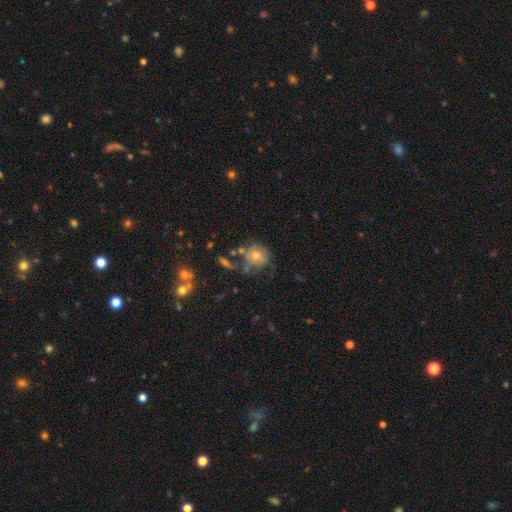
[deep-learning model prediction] Smooth or featured?
  - smooth: 61% *
  - featured or disk: 26%
  - star or artifact: 13%
How rounded?
  - round: 79% *
  - in between: 20%
  - cigar-shaped: 1%
Merging?
  - none: 47% *
  - minor disturbance: 22%
  - major disturbance: 15%
  - merger: 15%